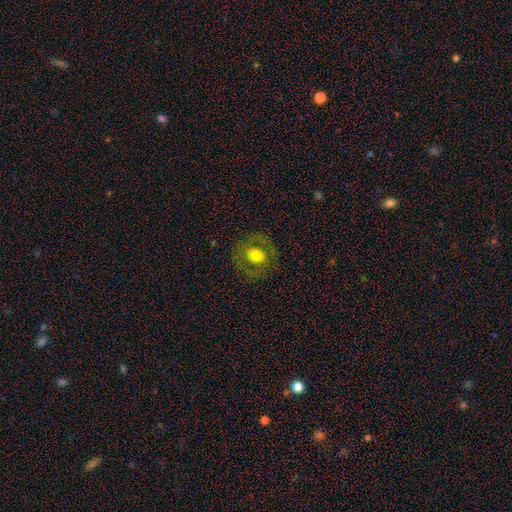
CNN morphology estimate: The model was most divided on "smooth or featured": smooth: 60%, featured or disk: 30%, star or artifact: 9%. More confident: merging — none (82%); how rounded — round (71%).